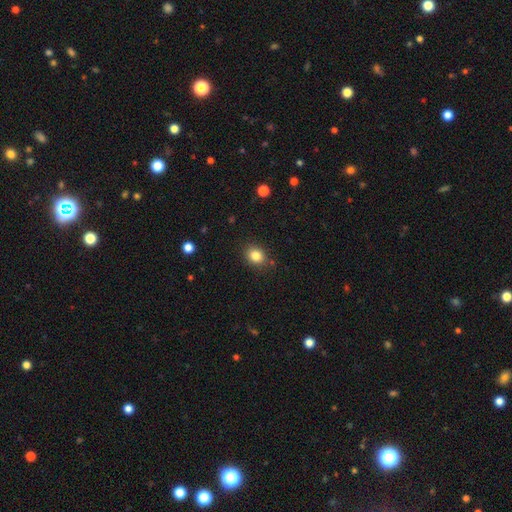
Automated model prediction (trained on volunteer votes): Morphology: type=smooth (83%); roundness=round (53%); merging=none (85%).